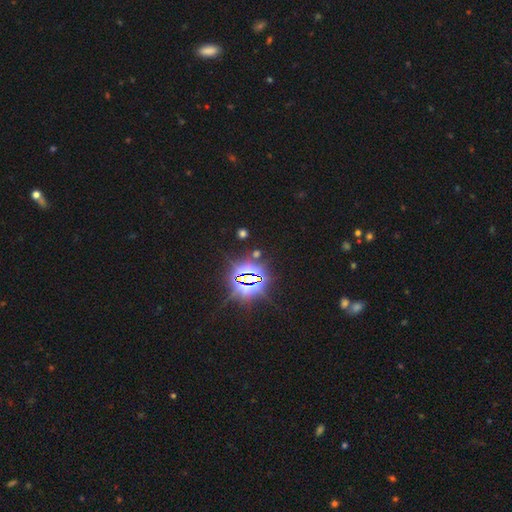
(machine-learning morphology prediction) star or artifact 83%, smooth 10%, featured or disk 7%.